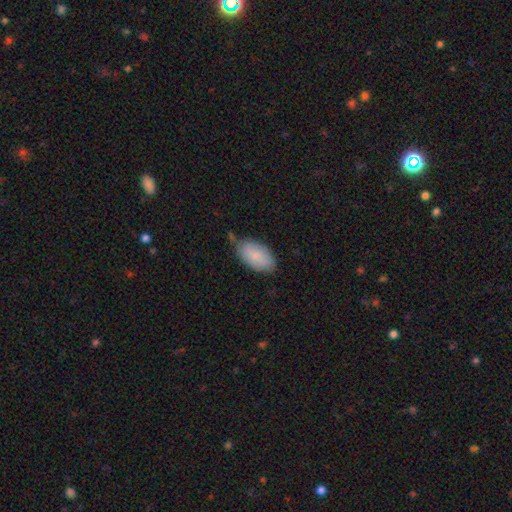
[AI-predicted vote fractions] This appears to be a smooth galaxy with no disk features (83%) that is in between round and cigar-shaped (95%). Merging: none (69%).